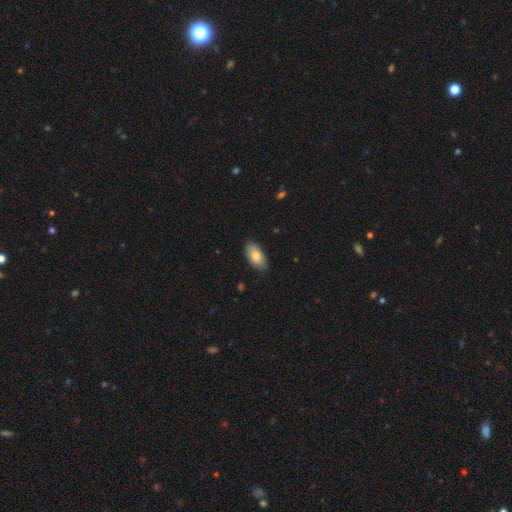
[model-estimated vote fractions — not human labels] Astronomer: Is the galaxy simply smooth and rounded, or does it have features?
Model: smooth — 80%.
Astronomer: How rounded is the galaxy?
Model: in between — 92%.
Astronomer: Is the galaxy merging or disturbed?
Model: none — 85%.